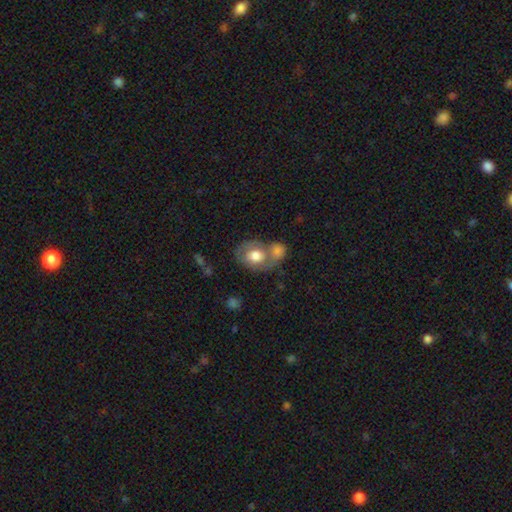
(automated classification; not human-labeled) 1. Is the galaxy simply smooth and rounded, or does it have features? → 59% smooth, 34% featured or disk, 7% star or artifact.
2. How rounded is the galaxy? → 66% in between, 33% round, 1% cigar-shaped.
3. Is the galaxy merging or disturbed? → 45% merger, 34% none, 14% minor disturbance, 7% major disturbance.